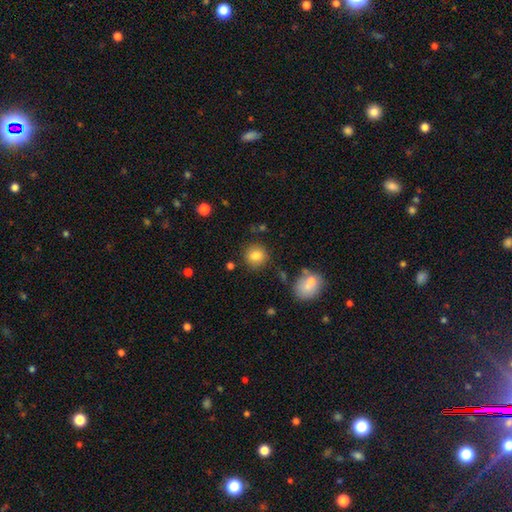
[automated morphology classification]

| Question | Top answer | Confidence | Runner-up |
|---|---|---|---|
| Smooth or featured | smooth | 82% | star or artifact (10%) |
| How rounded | round | 85% | in between (14%) |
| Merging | none | 85% | minor disturbance (9%) |